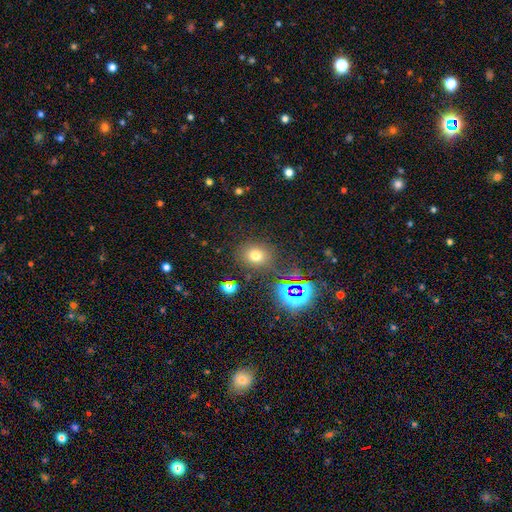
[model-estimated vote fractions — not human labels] Morphology: type=smooth (65%); roundness=round (65%); merging=none (81%).